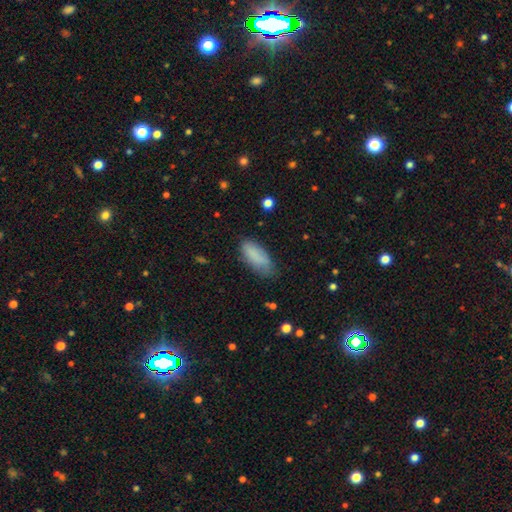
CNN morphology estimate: smooth-or-featured: smooth: 85% | featured or disk: 8% | star or artifact: 7%
  how-rounded: in between: 81% | cigar-shaped: 17% | round: 2%
  merging: none: 71% | minor disturbance: 22% | major disturbance: 5% | merger: 2%